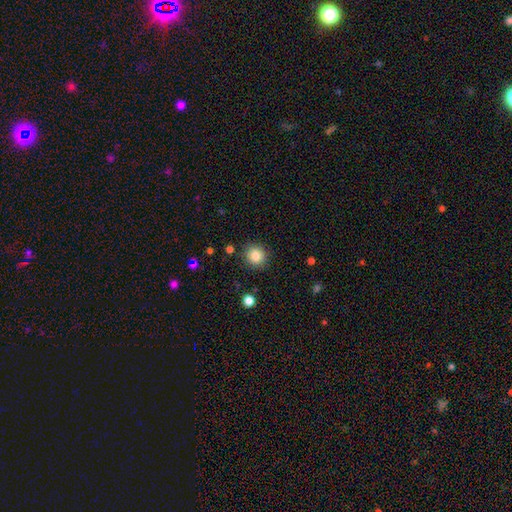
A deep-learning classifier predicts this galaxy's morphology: smooth_or_featured: smooth (p=0.84) [alt: star or artifact p=0.10]
how_rounded: round (p=0.89) [alt: in between p=0.10]
merging: none (p=0.88) [alt: minor disturbance p=0.08]